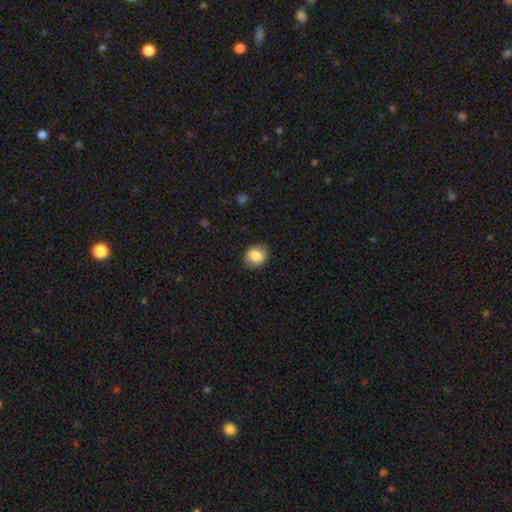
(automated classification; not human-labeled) Smooth or featured? Predicted: smooth (p=0.83). How rounded? Predicted: round (p=0.58). Merging? Predicted: none (p=0.84).